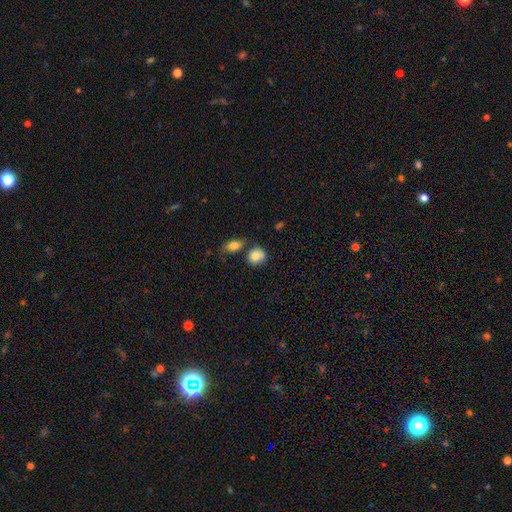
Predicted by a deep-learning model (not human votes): Morphology: type=smooth (83%); roundness=round (73%); merging=none (61%).